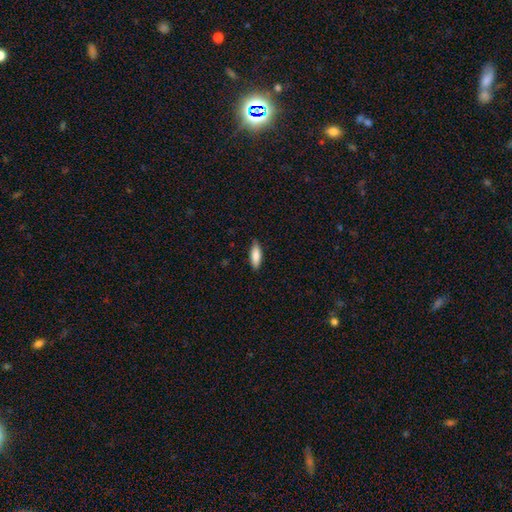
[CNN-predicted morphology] This appears to be a smooth galaxy with no disk features (85%) that is in between round and cigar-shaped (61%). Merging: none (85%).